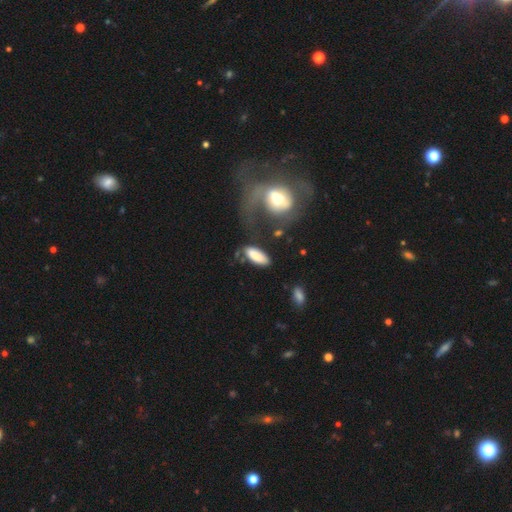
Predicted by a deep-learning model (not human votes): Smooth or featured: smooth — 81% (featured or disk — 13%)
How rounded: in between — 77% (cigar-shaped — 21%)
Merging: none — 64% (minor disturbance — 18%)